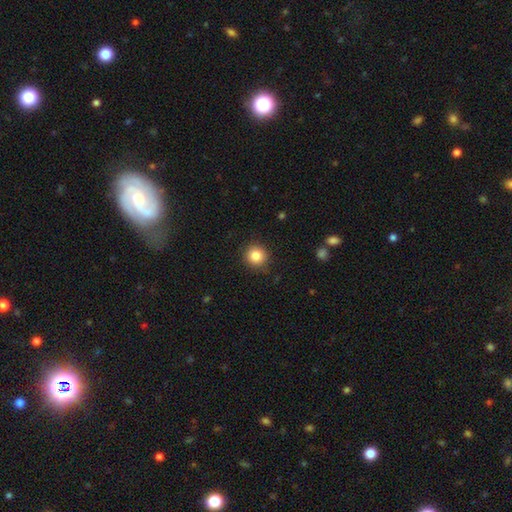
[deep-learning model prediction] The model was most divided on "smooth or featured": smooth: 84%, star or artifact: 10%, featured or disk: 5%. More confident: how rounded — round (93%); merging — none (90%).